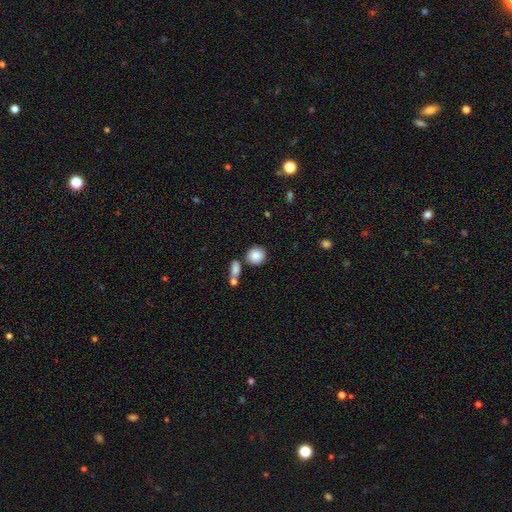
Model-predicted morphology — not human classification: This appears to be a smooth galaxy with no disk features (87%) that is round (84%). Merging: none (73%).